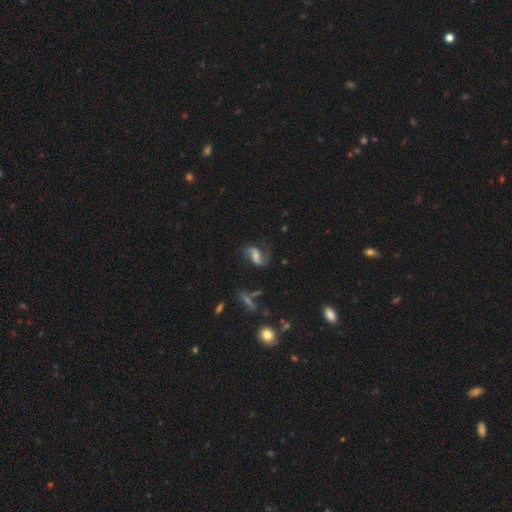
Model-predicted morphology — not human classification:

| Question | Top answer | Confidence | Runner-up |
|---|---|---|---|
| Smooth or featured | featured or disk | 76% | smooth (15%) |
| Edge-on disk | no | 97% | yes (3%) |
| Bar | weak | 47% | no (29%) |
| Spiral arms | yes | 94% | no (6%) |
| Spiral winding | loose | 64% | medium (30%) |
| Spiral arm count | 2 | 89% | 1 (5%) |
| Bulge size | moderate | 36% | small (31%) |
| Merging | none | 67% | minor disturbance (18%) |